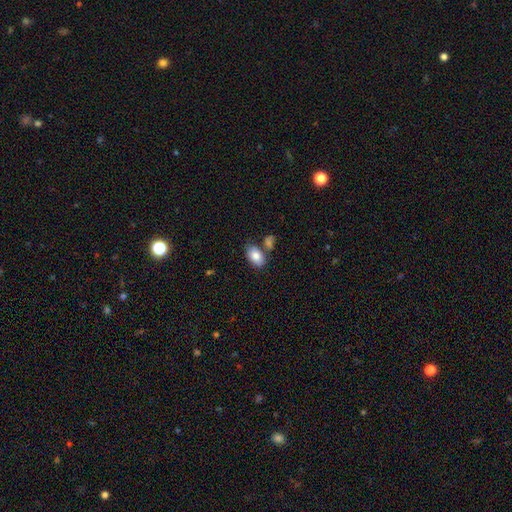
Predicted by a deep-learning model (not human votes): smooth-or-featured: smooth: 82% | featured or disk: 11% | star or artifact: 7%
  how-rounded: in between: 91% | round: 7% | cigar-shaped: 1%
  merging: none: 64% | merger: 18% | minor disturbance: 14% | major disturbance: 4%